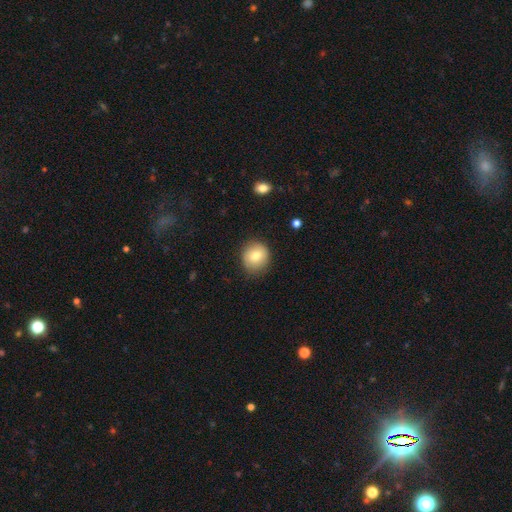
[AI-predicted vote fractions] Smooth or featured?
  - smooth: 76% *
  - featured or disk: 15%
  - star or artifact: 9%
How rounded?
  - round: 81% *
  - in between: 18%
  - cigar-shaped: 1%
Merging?
  - none: 81% *
  - minor disturbance: 15%
  - major disturbance: 3%
  - merger: 1%